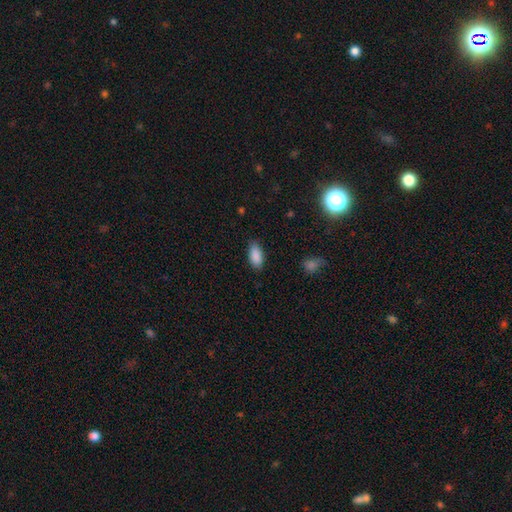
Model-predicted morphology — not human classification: A smooth galaxy with no disk features (89%) that is in between round and cigar-shaped (91%).

Vote fractions:
- Smooth or featured? smooth: 89% / star or artifact: 7% / featured or disk: 4%
- How rounded? in between: 91% / cigar-shaped: 6% / round: 2%
- Merging? none: 83% / minor disturbance: 13% / major disturbance: 3% / merger: 1%